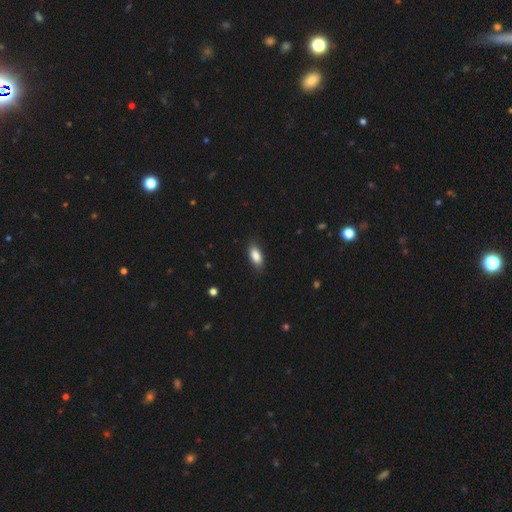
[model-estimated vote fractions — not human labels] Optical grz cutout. It shows a smooth galaxy with no disk features (86%) that is in between round and cigar-shaped (86%). Merging: none (82%).